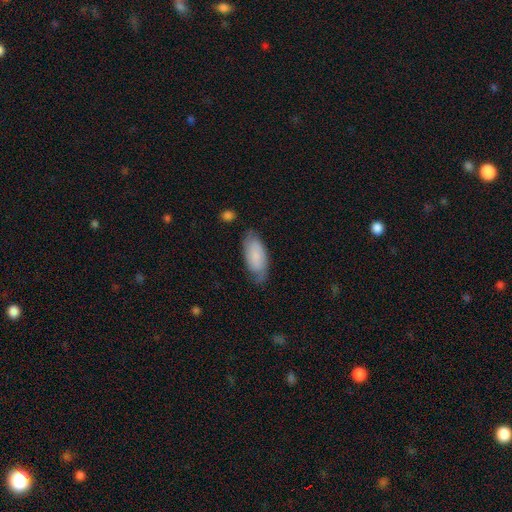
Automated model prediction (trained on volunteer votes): Overall: smooth (62%; featured or disk 31%). How rounded: in between (88%). Merging: none (67%).